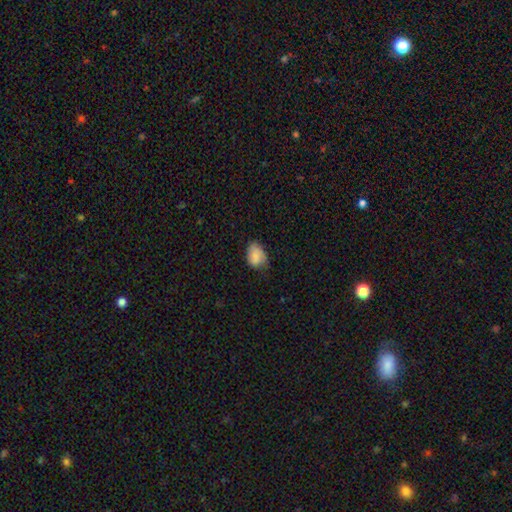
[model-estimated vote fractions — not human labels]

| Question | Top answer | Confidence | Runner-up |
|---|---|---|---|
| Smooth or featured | smooth | 82% | featured or disk (10%) |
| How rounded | in between | 78% | round (21%) |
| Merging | none | 56% | minor disturbance (35%) |